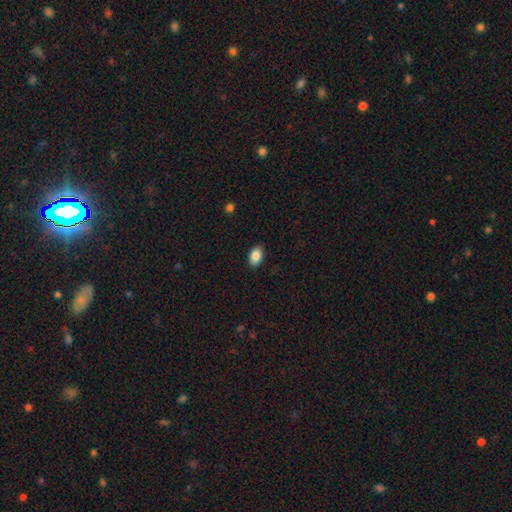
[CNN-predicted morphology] Smooth or featured: smooth — 87% (star or artifact — 8%)
How rounded: in between — 91% (round — 8%)
Merging: none — 89% (minor disturbance — 8%)